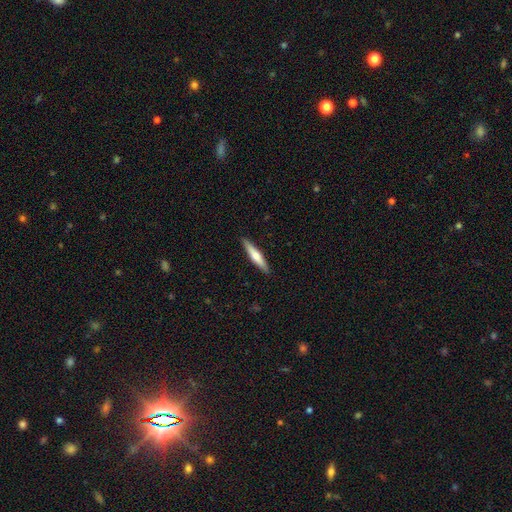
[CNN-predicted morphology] Smooth or featured? Predicted: smooth (p=0.51). How rounded? Predicted: cigar-shaped (p=0.89). Merging? Predicted: none (p=0.91).